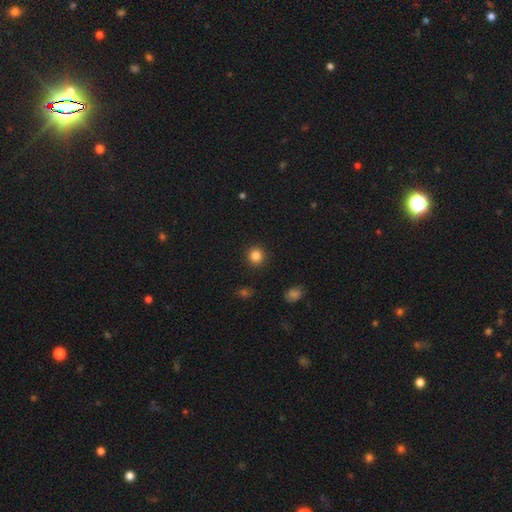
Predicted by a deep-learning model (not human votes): Morphology: type=smooth (84%); roundness=round (92%); merging=none (92%).